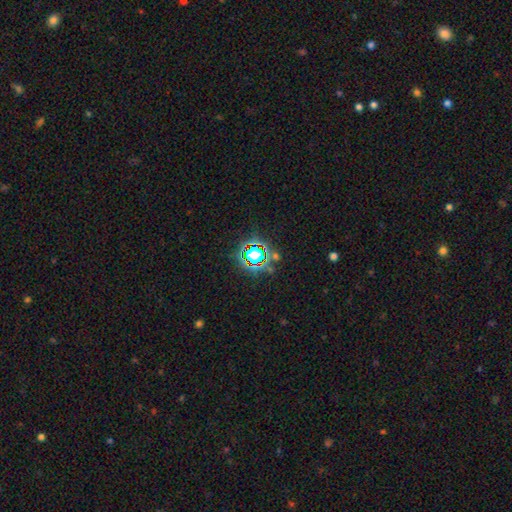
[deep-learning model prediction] smooth-or-featured: star or artifact: 68% | smooth: 21% | featured or disk: 12%